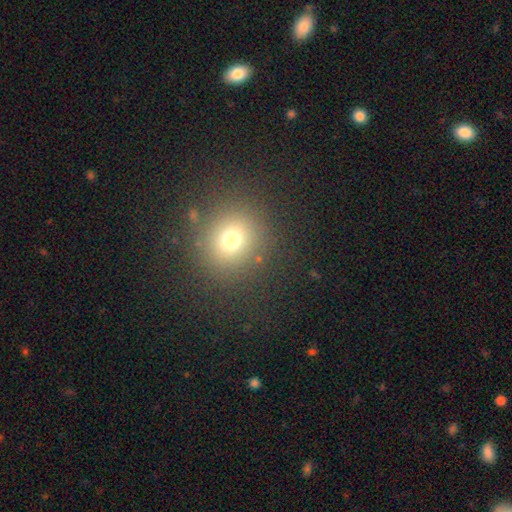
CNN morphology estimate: Overall: smooth (69%). How rounded: round (86%). Merging: none (89%).